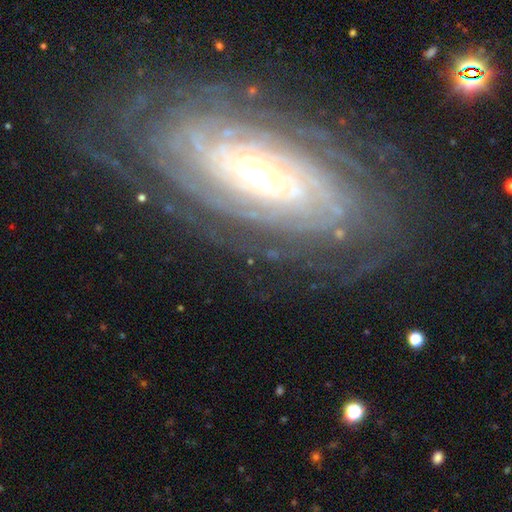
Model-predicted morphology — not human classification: Smooth or featured?
  - featured or disk: 88% *
  - smooth: 6%
  - star or artifact: 6%
Edge-on disk?
  - no: 91% *
  - yes: 9%
Bar?
  - no: 50% *
  - weak: 30%
  - strong: 20%
Spiral arms?
  - yes: 96% *
  - no: 4%
Spiral winding?
  - tight: 84% *
  - medium: 13%
  - loose: 3%
Spiral arm count?
  - can't tell: 37% *
  - more than 4: 24%
  - 4: 14%
  - 3: 10%
  - 2: 10%
  - 1: 6%
Bulge size?
  - moderate: 54% *
  - small: 36%
  - large: 8%
  - dominant: 1%
  - none: 1%
Merging?
  - none: 78% *
  - minor disturbance: 14%
  - major disturbance: 6%
  - merger: 1%